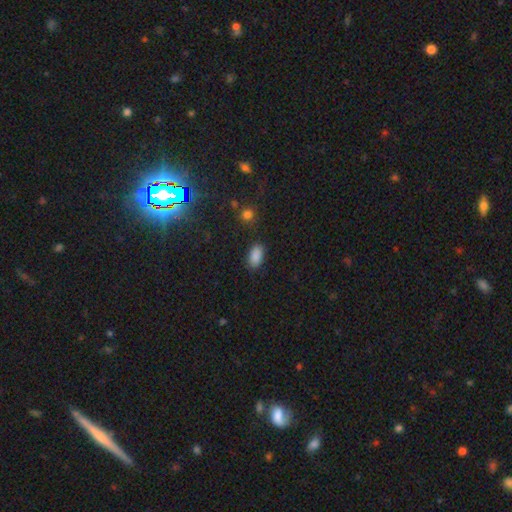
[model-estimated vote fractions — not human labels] A smooth galaxy with no disk features (87%) that is in between round and cigar-shaped (93%).

Vote fractions:
- Smooth or featured? smooth: 87% / star or artifact: 9% / featured or disk: 3%
- How rounded? in between: 93% / round: 5% / cigar-shaped: 2%
- Merging? none: 85% / minor disturbance: 11% / major disturbance: 3% / merger: 2%